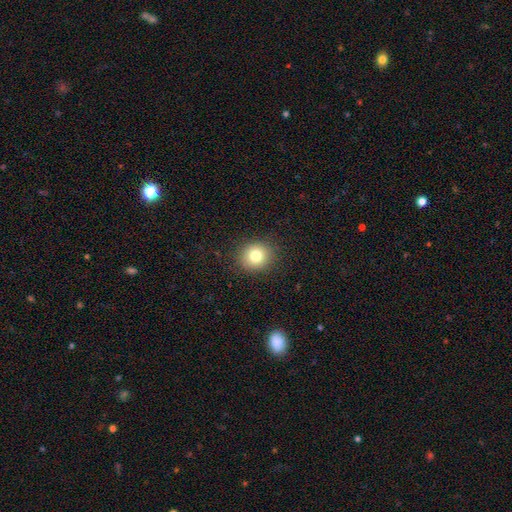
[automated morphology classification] Q: Smooth or featured?
A: smooth (79%); runner-up: star or artifact (12%)
Q: How rounded?
A: round (81%); runner-up: in between (18%)
Q: Merging?
A: none (88%); runner-up: minor disturbance (8%)